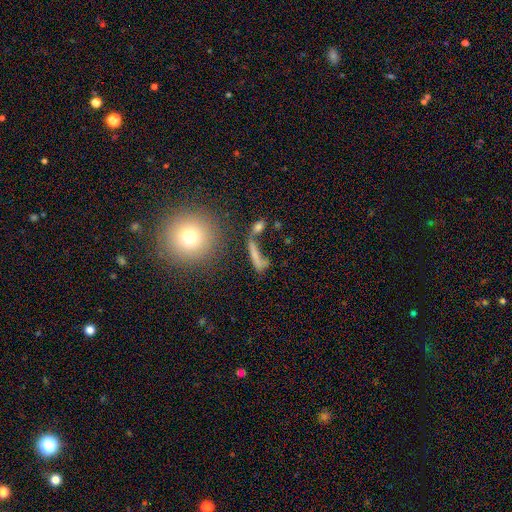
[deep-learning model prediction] This is likely a smooth galaxy (63%). How rounded: likely cigar-shaped (61%). Merging: marginally none (44%).